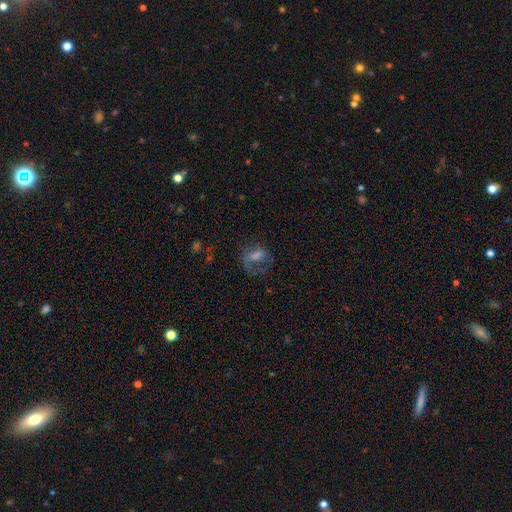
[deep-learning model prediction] Morphology: type=featured or disk (47%); merging=none (51%).